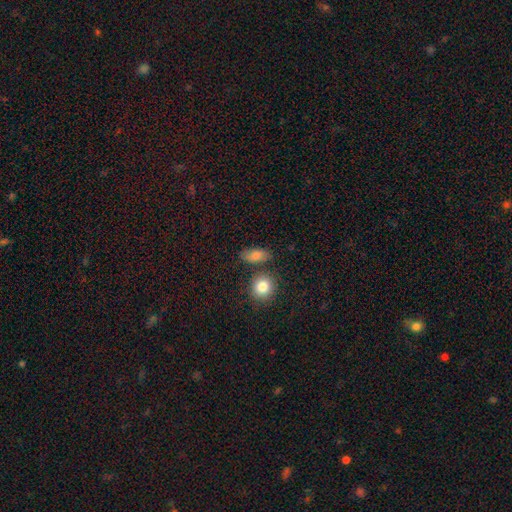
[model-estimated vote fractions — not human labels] The model was most divided on "how rounded": in between: 71%, round: 19%, cigar-shaped: 9%. More confident: smooth or featured — smooth (80%); merging — none (72%).